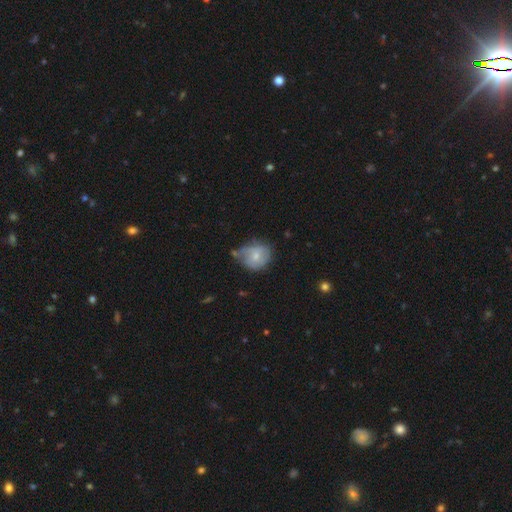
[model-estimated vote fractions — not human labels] Morphology: type=smooth (54%); roundness=round (60%); merging=minor disturbance (38%).